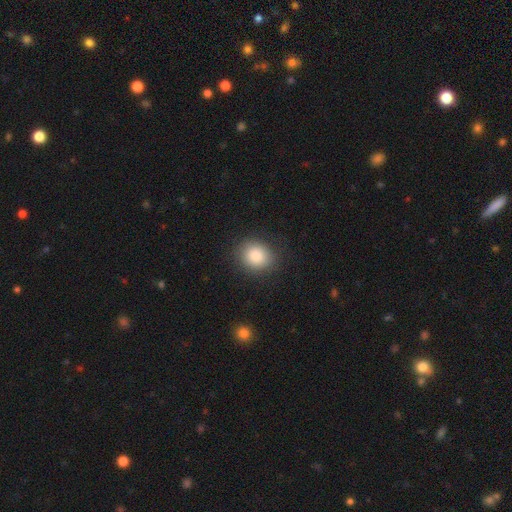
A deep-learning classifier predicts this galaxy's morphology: A smooth galaxy with no disk features (86%) that is round (65%). Merging: none (86%).